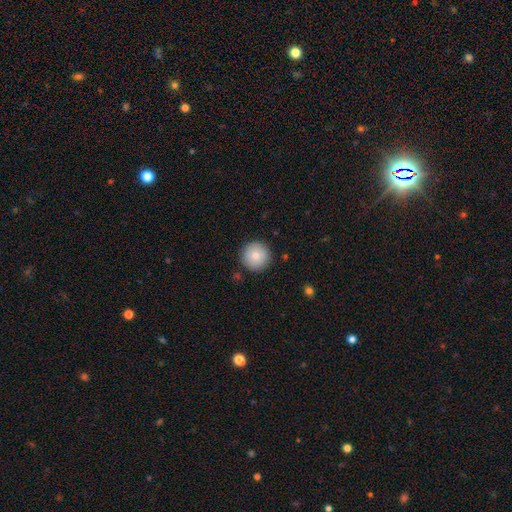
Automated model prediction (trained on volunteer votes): Smooth or featured? Predicted: smooth (p=0.82). How rounded? Predicted: round (p=0.97). Merging? Predicted: none (p=0.91).